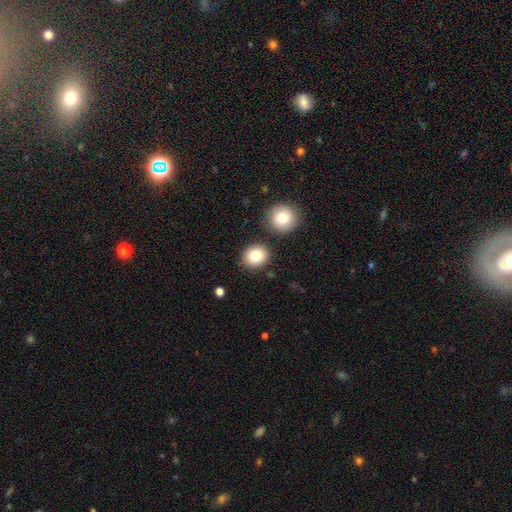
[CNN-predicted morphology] type=smooth (82%); roundness=round (73%); merging=none (82%).